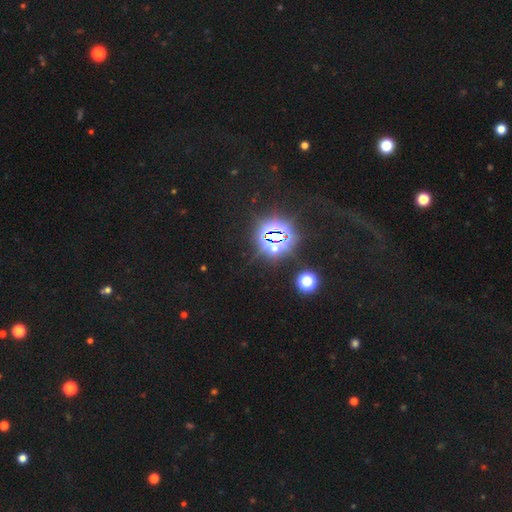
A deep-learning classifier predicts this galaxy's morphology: Overall: star or artifact (76%).